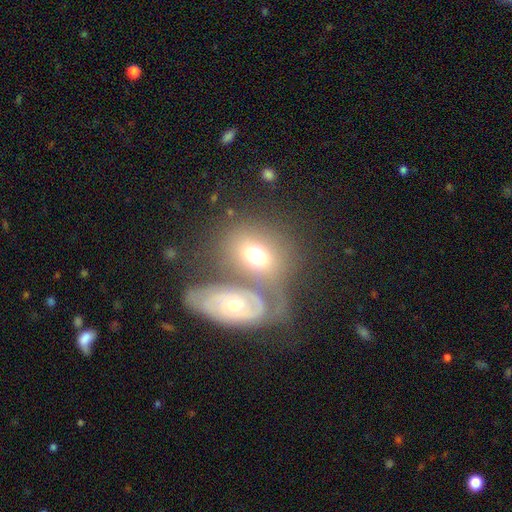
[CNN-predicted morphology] Overall: smooth (56%; featured or disk 35%). How rounded: in between (61%; round 38%). Merging: merger (46%; none 34%).